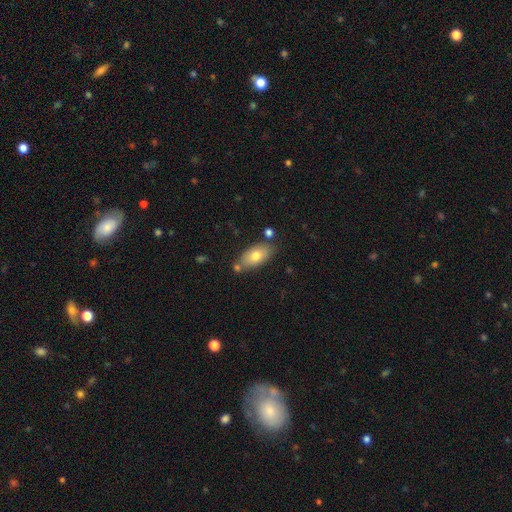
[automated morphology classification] Smooth or featured? Predicted: smooth (p=0.74). How rounded? Predicted: in between (p=0.90). Merging? Predicted: none (p=0.71).